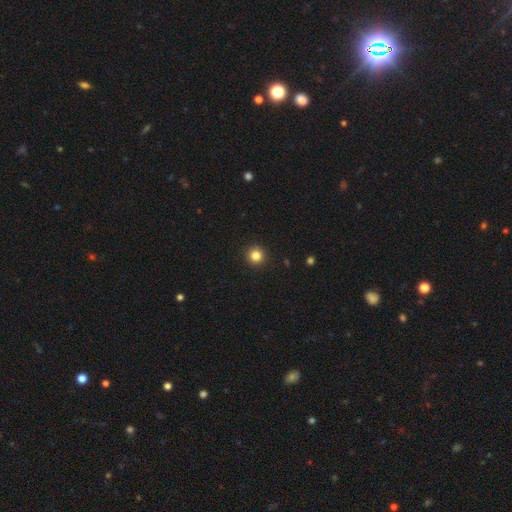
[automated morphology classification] smooth 84%, star or artifact 12%, featured or disk 5%. Down the decision tree: how rounded — round (95%); merging — none (93%).